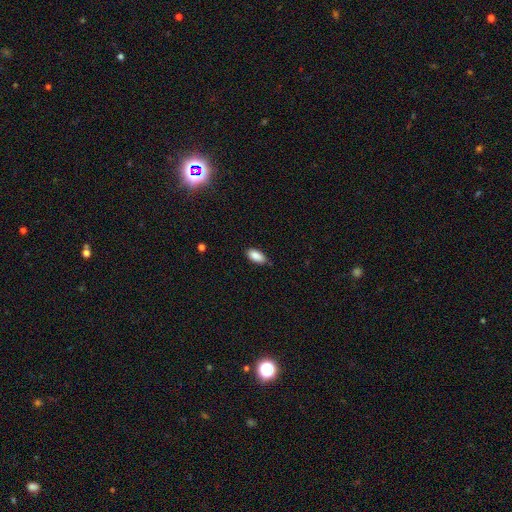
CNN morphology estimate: Smooth or featured? Predicted: smooth (p=0.88). How rounded? Predicted: in between (p=0.90). Merging? Predicted: none (p=0.74).